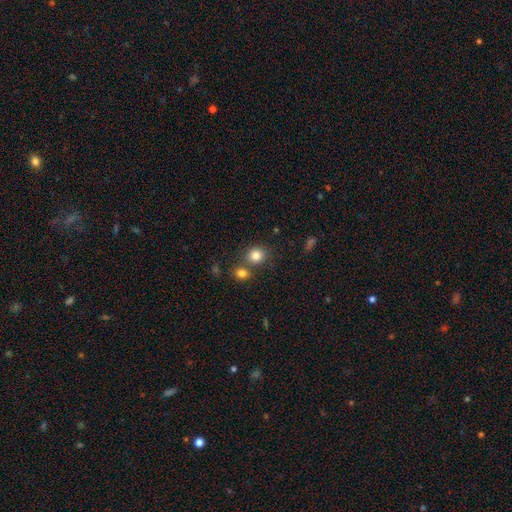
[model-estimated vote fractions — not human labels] Smooth or featured? smooth (83%)
How rounded? round (79%)
Merging? none (67%)